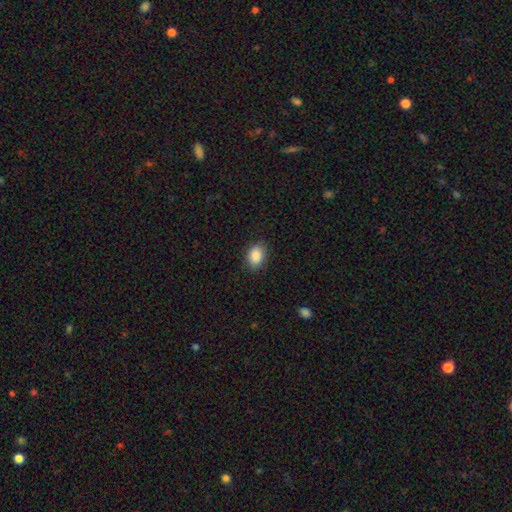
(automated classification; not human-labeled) Smooth or featured? Predicted: smooth (p=0.89). How rounded? Predicted: in between (p=0.80). Merging? Predicted: none (p=0.87).